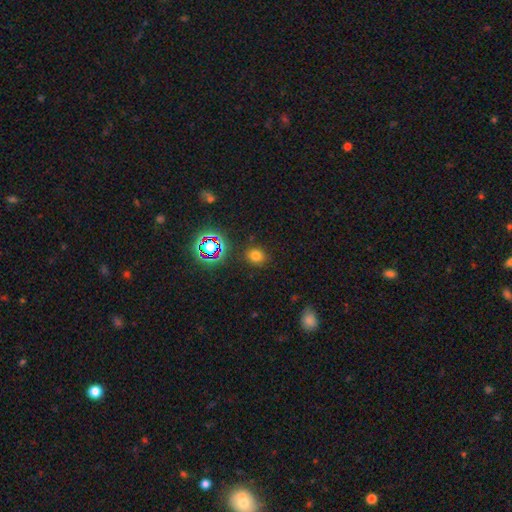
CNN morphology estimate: Q: Smooth or featured?
A: smooth (71%); runner-up: star or artifact (22%)
Q: How rounded?
A: round (72%); runner-up: in between (27%)
Q: Merging?
A: none (86%); runner-up: minor disturbance (9%)